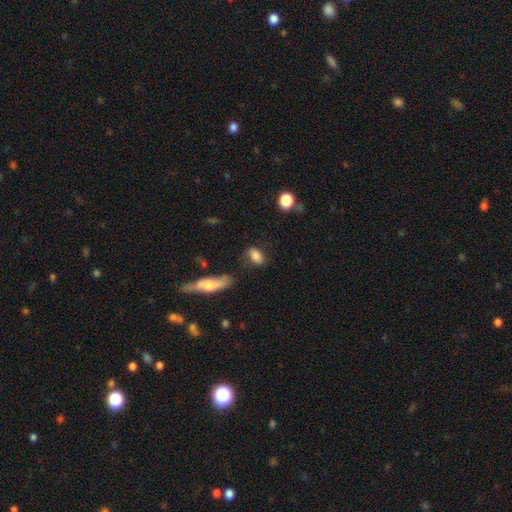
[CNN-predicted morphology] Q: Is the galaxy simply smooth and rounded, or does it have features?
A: smooth — 83%.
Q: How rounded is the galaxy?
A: in between — 83%.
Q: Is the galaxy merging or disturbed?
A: none — 76%.